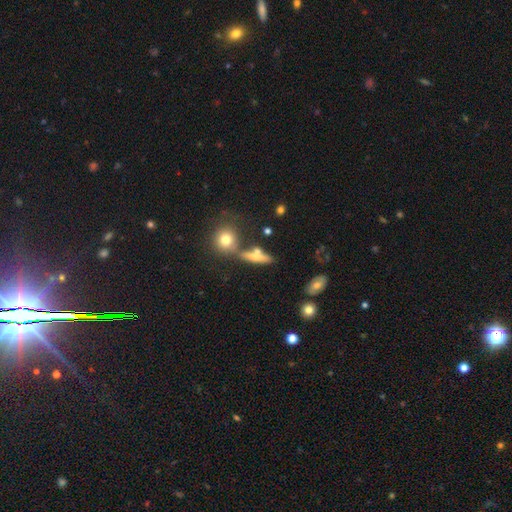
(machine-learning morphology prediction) A smooth galaxy with no disk features (49%).

Vote fractions:
- Smooth or featured? smooth: 49% / featured or disk: 37% / star or artifact: 14%
- Merging? none: 58% / merger: 17% / minor disturbance: 16% / major disturbance: 8%